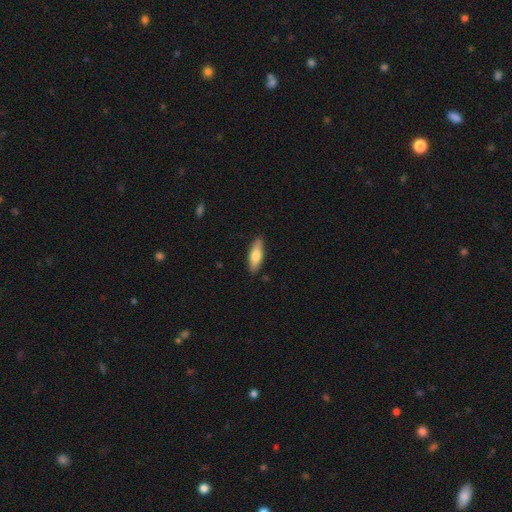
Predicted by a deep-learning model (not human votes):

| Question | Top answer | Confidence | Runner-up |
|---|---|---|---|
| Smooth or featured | smooth | 73% | featured or disk (21%) |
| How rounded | in between | 53% | cigar-shaped (45%) |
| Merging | none | 88% | minor disturbance (9%) |